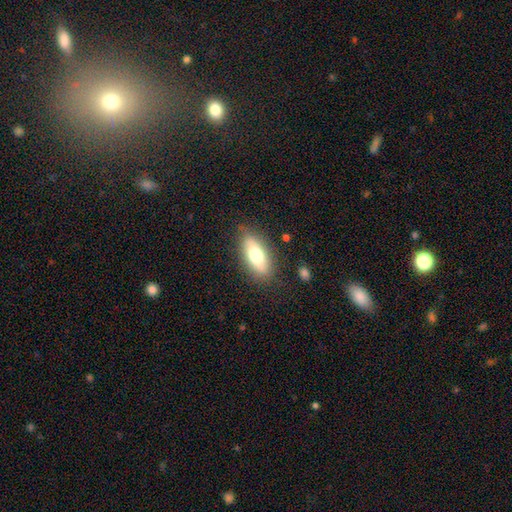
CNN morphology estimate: A smooth galaxy with no disk features (69%) that is in between round and cigar-shaped (81%).

Vote fractions:
- Smooth or featured? smooth: 69% / featured or disk: 24% / star or artifact: 7%
- How rounded? in between: 81% / cigar-shaped: 15% / round: 3%
- Merging? none: 80% / minor disturbance: 14% / major disturbance: 4% / merger: 2%